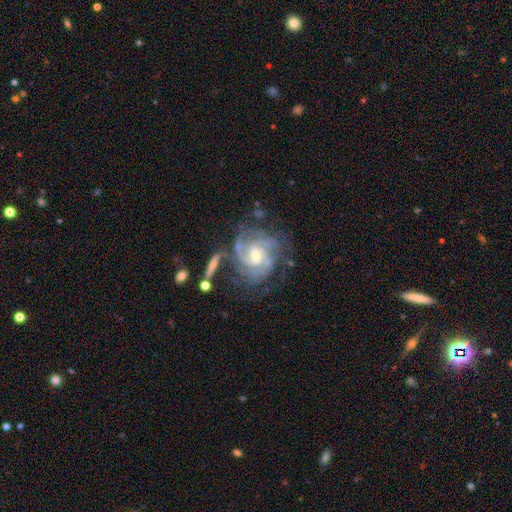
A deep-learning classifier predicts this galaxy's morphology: This is clearly a featured or disk galaxy (91%). It is clearly not viewed edge-on (98%). Bar: marginally no (45%). Spiral arm pattern: clearly yes (98%). Spiral arm count: marginally 3 (31%). Spiral winding: likely tight (66%). Central bulge: possibly small (52%). Merging: likely none (61%).